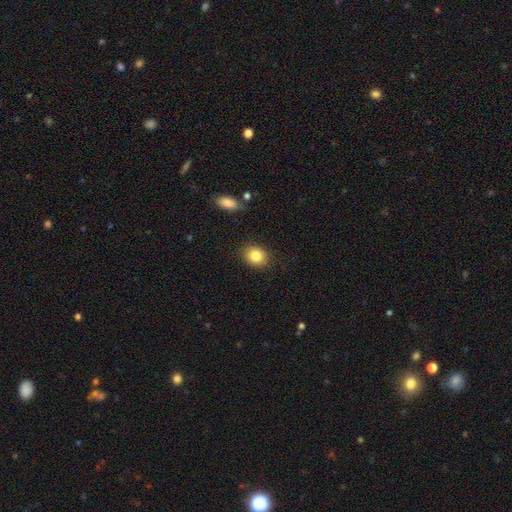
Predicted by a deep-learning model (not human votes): This appears to be a smooth galaxy with no disk features (83%) that is round (57%). Merging: none (86%).